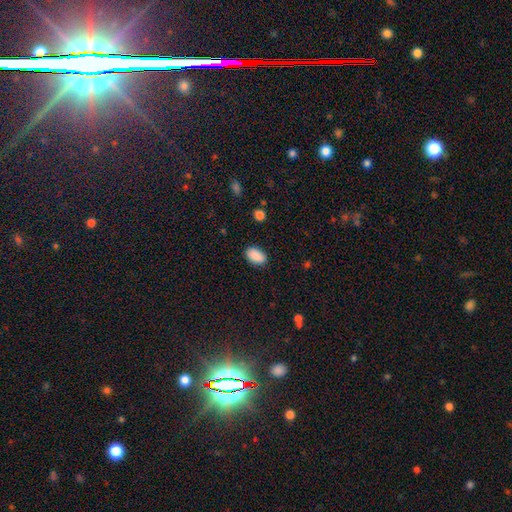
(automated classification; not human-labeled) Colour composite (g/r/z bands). It shows a smooth galaxy with no disk features (90%) that is in between round and cigar-shaped (92%). Merging: none (87%).